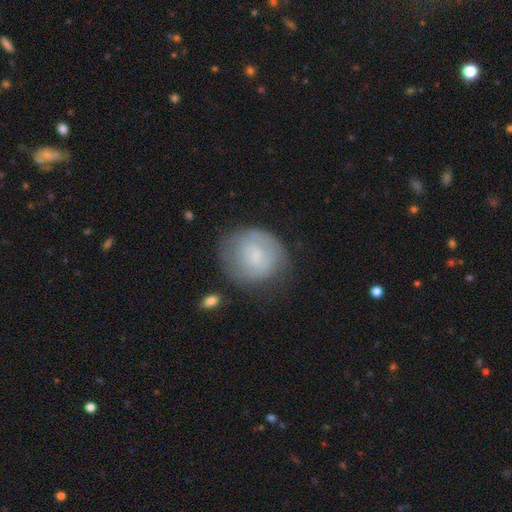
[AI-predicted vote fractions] Smooth or featured? smooth (59%)
How rounded? round (81%)
Merging? none (63%)